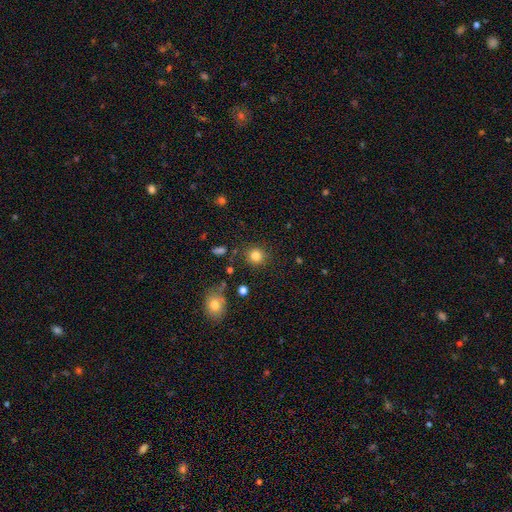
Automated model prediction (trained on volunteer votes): A smooth galaxy with no disk features (82%) that is round (88%).

Vote fractions:
- Smooth or featured? smooth: 82% / star or artifact: 12% / featured or disk: 6%
- How rounded? round: 88% / in between: 11% / cigar-shaped: 1%
- Merging? none: 86% / minor disturbance: 8% / major disturbance: 3% / merger: 3%